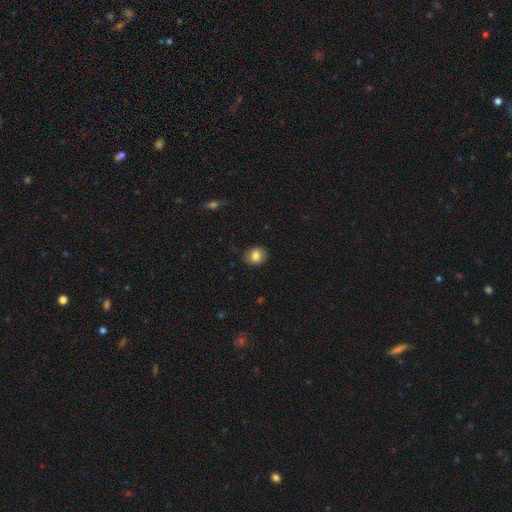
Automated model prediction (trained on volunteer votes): A smooth galaxy with no disk features (82%) that is round (67%).

Vote fractions:
- Smooth or featured? smooth: 82% / featured or disk: 9% / star or artifact: 9%
- How rounded? round: 67% / in between: 32% / cigar-shaped: 1%
- Merging? none: 87% / minor disturbance: 10% / major disturbance: 2% / merger: 1%